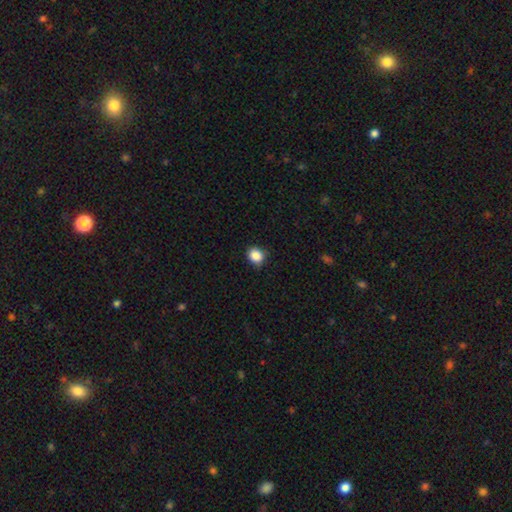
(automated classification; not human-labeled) Q: Smooth or featured?
A: smooth (87%); runner-up: star or artifact (10%)
Q: How rounded?
A: round (75%); runner-up: in between (24%)
Q: Merging?
A: none (82%); runner-up: minor disturbance (15%)